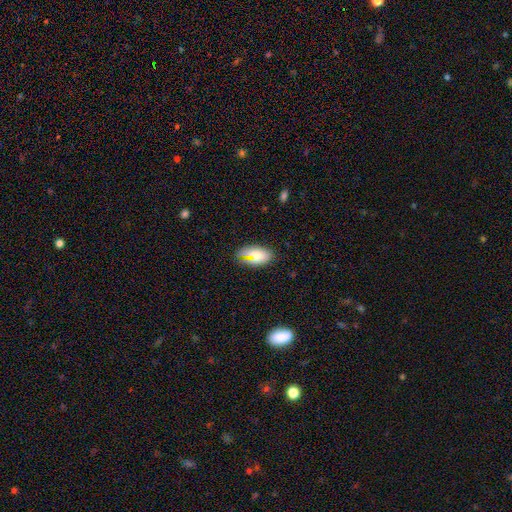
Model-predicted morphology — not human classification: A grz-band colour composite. It shows a smooth galaxy with no disk features (69%) that is in between round and cigar-shaped (88%). Merging: none (72%).